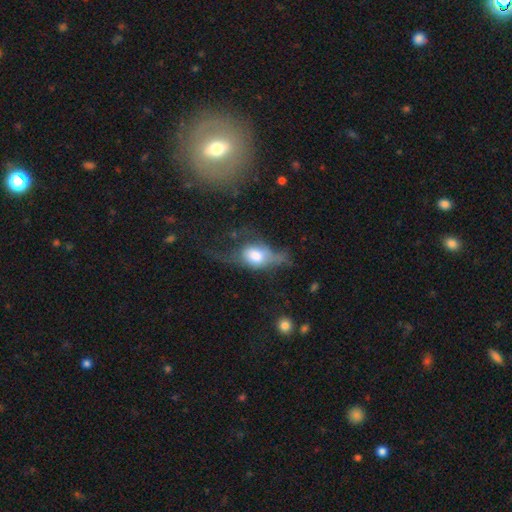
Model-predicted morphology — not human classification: smooth-or-featured: smooth: 57% | featured or disk: 34% | star or artifact: 9%
  how-rounded: in between: 75% | round: 20% | cigar-shaped: 6%
  merging: major disturbance: 52% | minor disturbance: 21% | none: 21% | merger: 6%